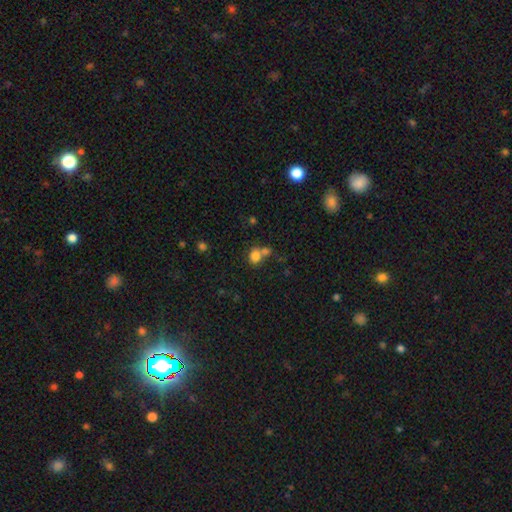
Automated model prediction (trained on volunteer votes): A smooth galaxy with no disk features (79%) that is round (57%). Merging: merger (46%).